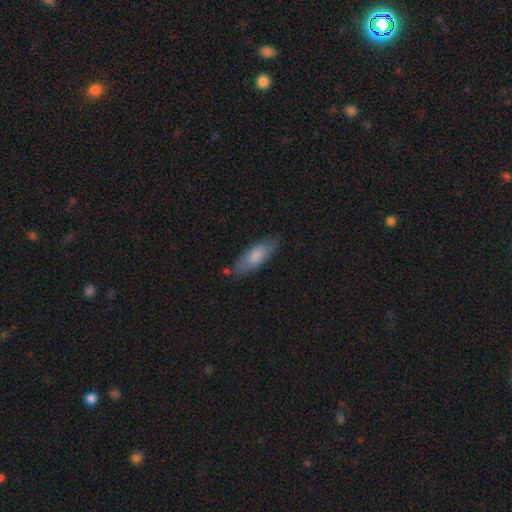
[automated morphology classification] Smooth or featured? smooth (78%)
How rounded? in between (61%)
Merging? none (75%)